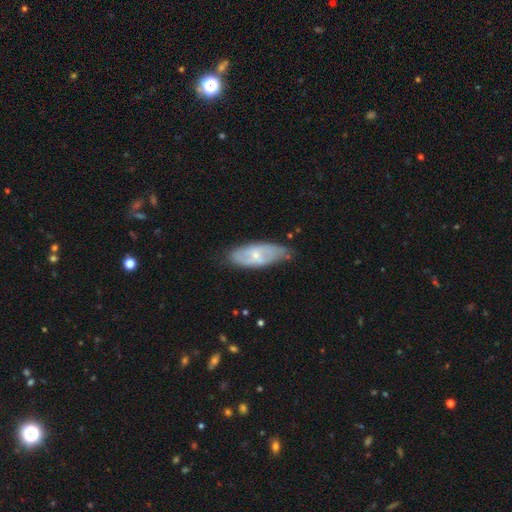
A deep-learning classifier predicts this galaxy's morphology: This appears to be a featured or disk galaxy (54%). Merging: none (65%).